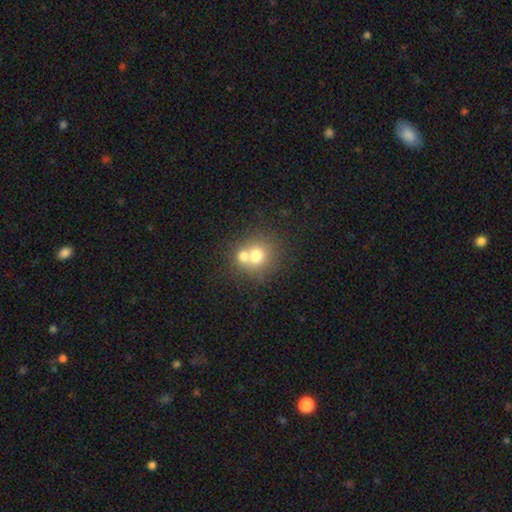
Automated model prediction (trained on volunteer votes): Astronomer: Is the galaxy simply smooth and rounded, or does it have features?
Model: smooth — 70%.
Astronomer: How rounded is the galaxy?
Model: round — 83%.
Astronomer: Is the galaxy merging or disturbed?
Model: merger — 53% (runner-up: none, 38%).